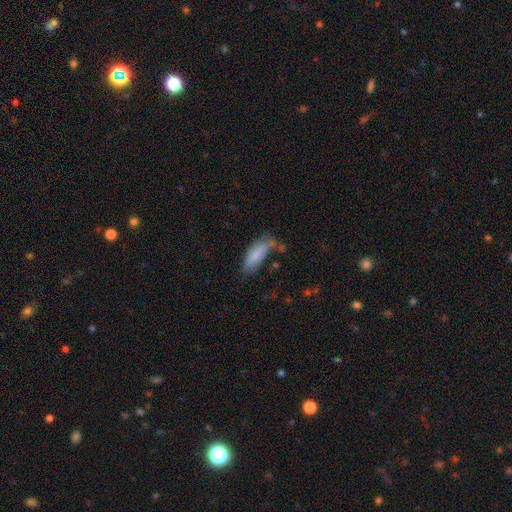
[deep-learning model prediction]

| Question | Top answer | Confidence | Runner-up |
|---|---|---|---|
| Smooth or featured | smooth | 80% | featured or disk (13%) |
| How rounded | in between | 60% | cigar-shaped (38%) |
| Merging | none | 52% | minor disturbance (31%) |